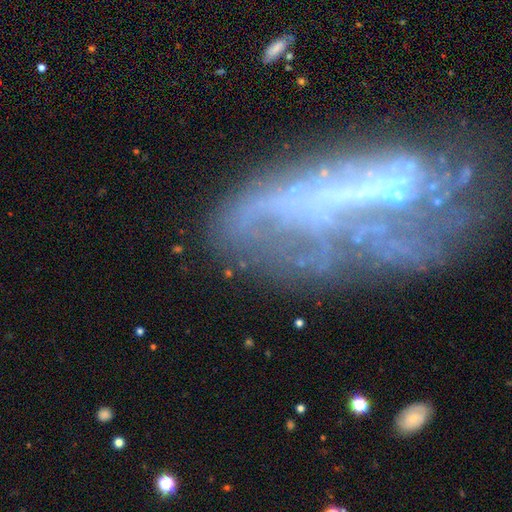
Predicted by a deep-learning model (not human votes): Smooth or featured? Predicted: featured or disk (p=0.64). Edge-on disk? Predicted: no (p=0.81). Bar? Predicted: no (p=0.57). Spiral arms? Predicted: no (p=0.68). Bulge size? Predicted: none (p=0.62). Merging? Predicted: none (p=0.39).